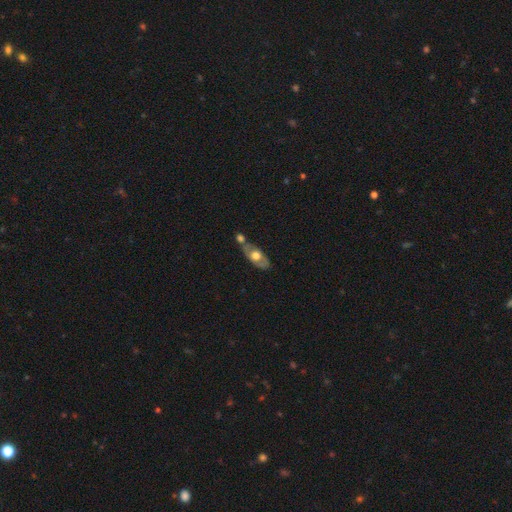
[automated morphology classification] featured or disk 48%, smooth 46%, star or artifact 6%. Down the decision tree: merging — none (49%).